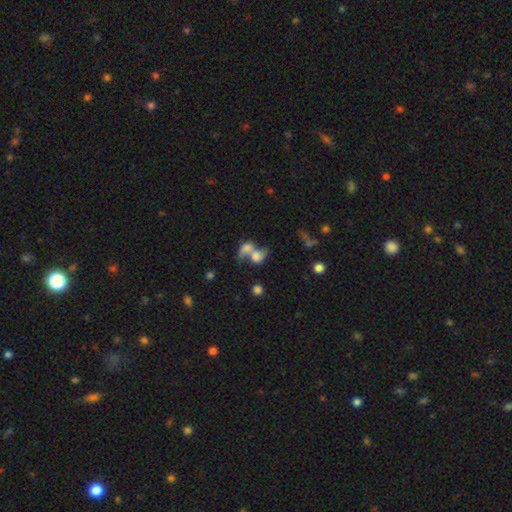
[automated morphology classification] This appears to be a smooth galaxy with no disk features (60%) that is in between round and cigar-shaped (57%). Merging: merger (70%).